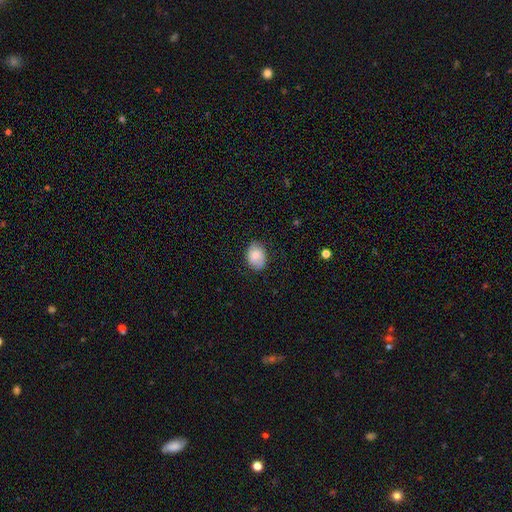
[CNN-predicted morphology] Smooth or featured: smooth — 67% (featured or disk — 25%)
How rounded: in between — 70% (round — 29%)
Merging: none — 77% (minor disturbance — 18%)